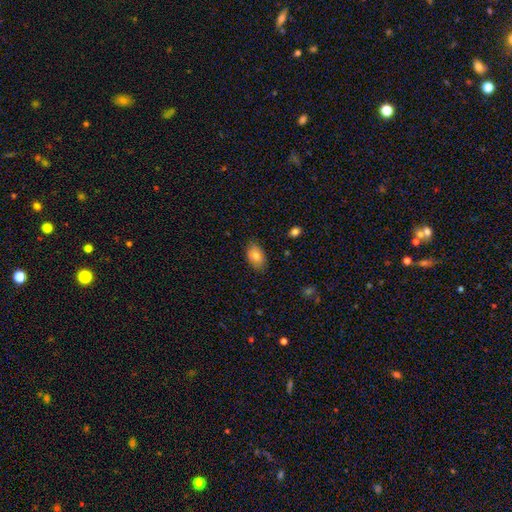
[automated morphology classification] Smooth or featured: smooth — 80% (featured or disk — 12%)
How rounded: in between — 87% (round — 12%)
Merging: none — 81% (minor disturbance — 15%)